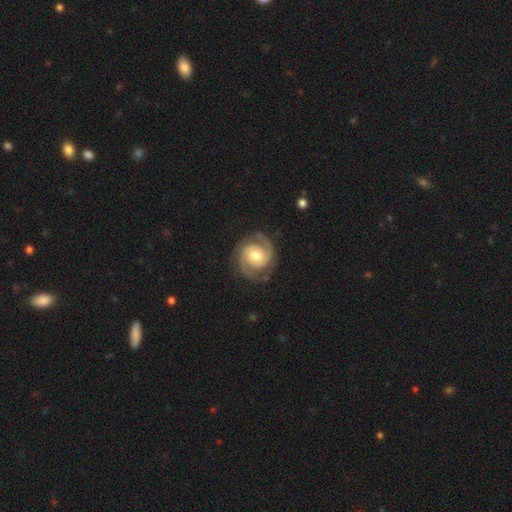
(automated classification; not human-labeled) A featured or disk galaxy (90%) with no bar (61%), 2 (91%) tight (57%) spiral arms (98%) and a moderate central bulge (66%). Merging: none (83%).